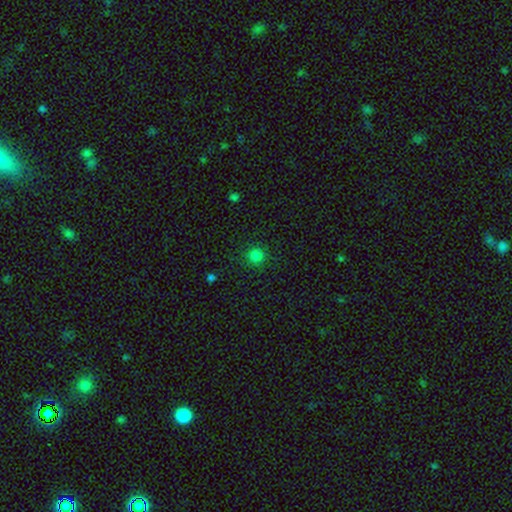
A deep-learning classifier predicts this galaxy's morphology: Smooth or featured?
  - smooth: 82% *
  - star or artifact: 14%
  - featured or disk: 3%
How rounded?
  - round: 93% *
  - in between: 6%
  - cigar-shaped: 1%
Merging?
  - none: 89% *
  - minor disturbance: 7%
  - major disturbance: 3%
  - merger: 1%